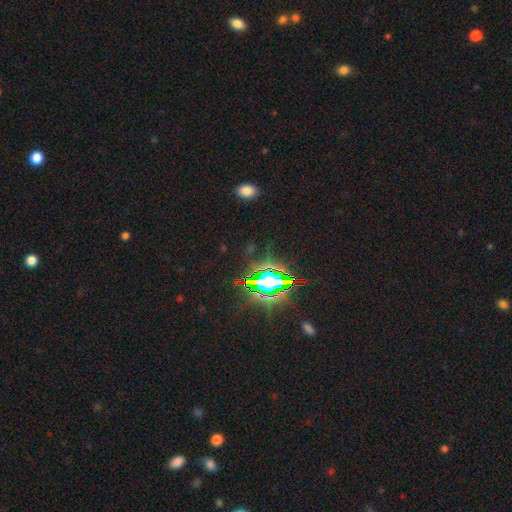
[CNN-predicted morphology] A star or artifact, not a galaxy (83%).

Vote fractions:
- Smooth or featured? star or artifact: 83% / smooth: 10% / featured or disk: 6%